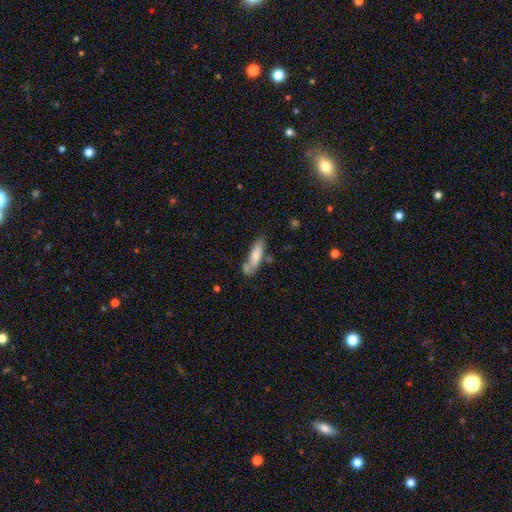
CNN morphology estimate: Smooth or featured: smooth — 73% (featured or disk — 20%)
How rounded: cigar-shaped — 62% (in between — 37%)
Merging: none — 55% (minor disturbance — 22%)